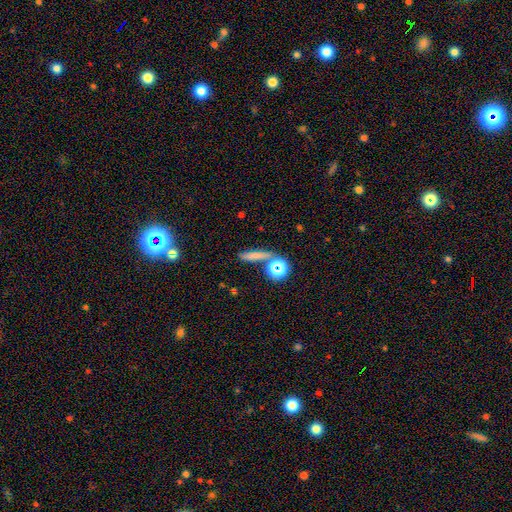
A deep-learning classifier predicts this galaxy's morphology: Overall: smooth (67%). How rounded: cigar-shaped (78%). Merging: none (74%).